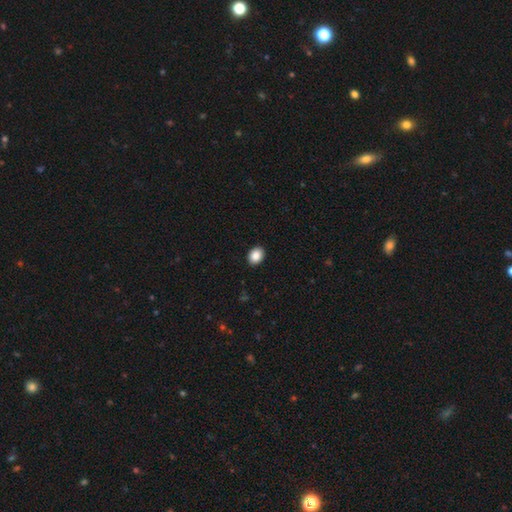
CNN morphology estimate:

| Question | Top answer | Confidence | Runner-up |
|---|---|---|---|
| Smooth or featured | smooth | 88% | star or artifact (8%) |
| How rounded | in between | 60% | round (40%) |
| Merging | none | 91% | minor disturbance (6%) |